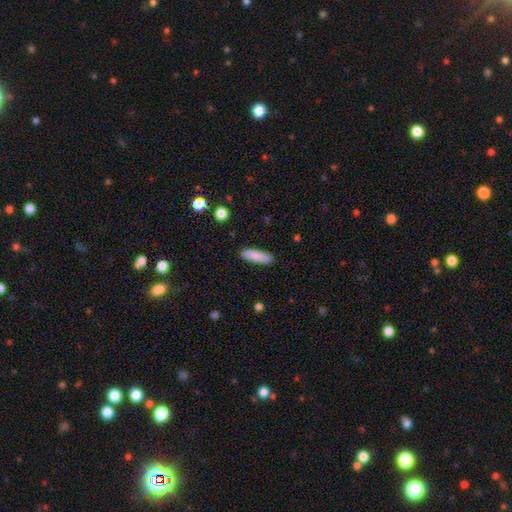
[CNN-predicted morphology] Smooth or featured: smooth — 88% (featured or disk — 6%)
How rounded: cigar-shaped — 53% (in between — 46%)
Merging: none — 89% (minor disturbance — 8%)